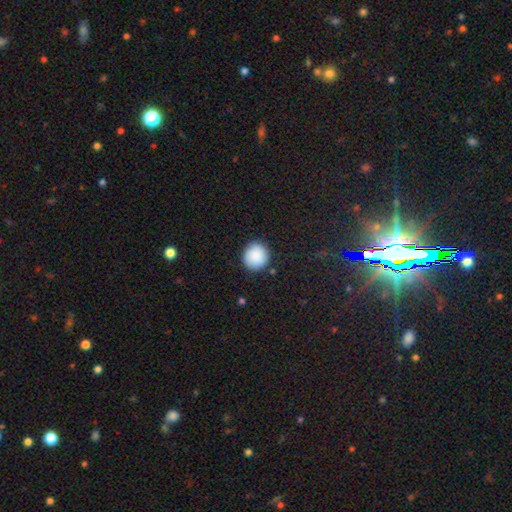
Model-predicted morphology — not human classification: The model was most divided on "merging": none: 88%, minor disturbance: 8%, major disturbance: 2%, merger: 1%. More confident: how rounded — round (91%); smooth or featured — smooth (89%).